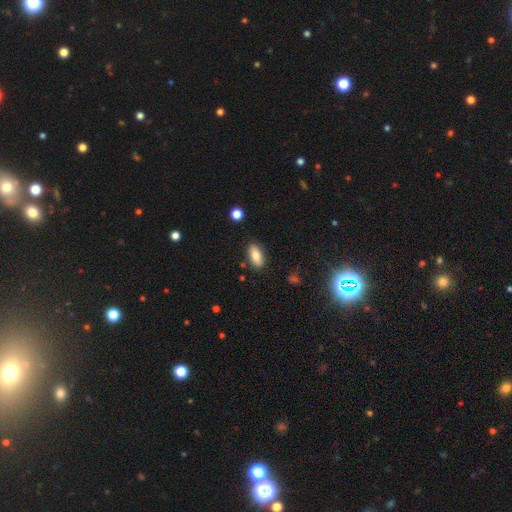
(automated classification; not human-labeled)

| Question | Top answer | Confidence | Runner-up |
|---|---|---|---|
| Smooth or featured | smooth | 81% | featured or disk (11%) |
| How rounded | in between | 89% | cigar-shaped (7%) |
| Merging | none | 85% | minor disturbance (11%) |